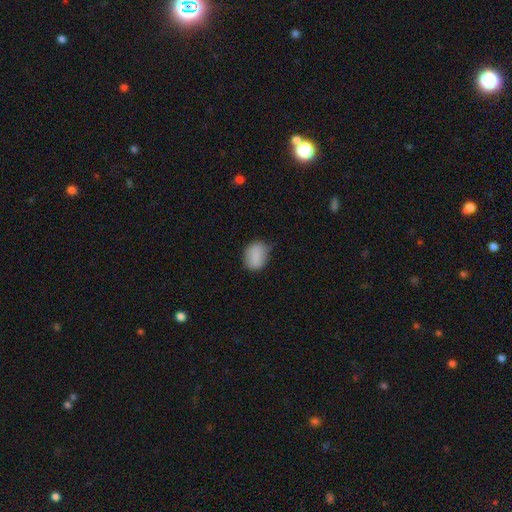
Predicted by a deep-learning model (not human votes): This appears to be a smooth galaxy with no disk features (84%) that is in between round and cigar-shaped (61%). Merging: none (63%).